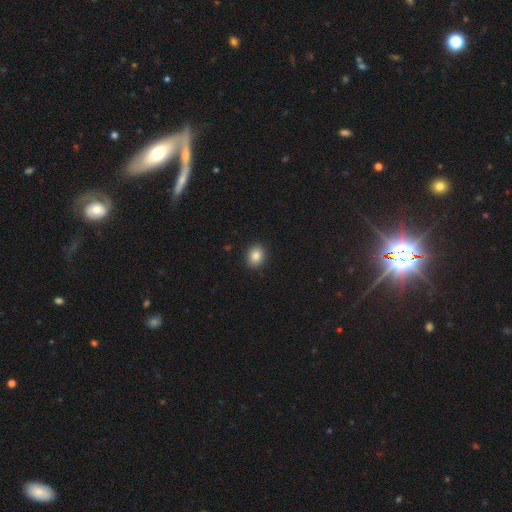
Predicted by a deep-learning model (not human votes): This appears to be a smooth galaxy with no disk features (86%) that is round (53%). Merging: none (91%).